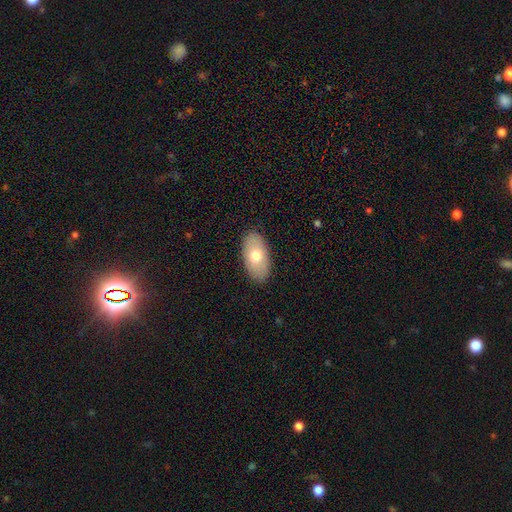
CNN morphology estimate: Smooth or featured? smooth (69%)
How rounded? in between (94%)
Merging? none (88%)